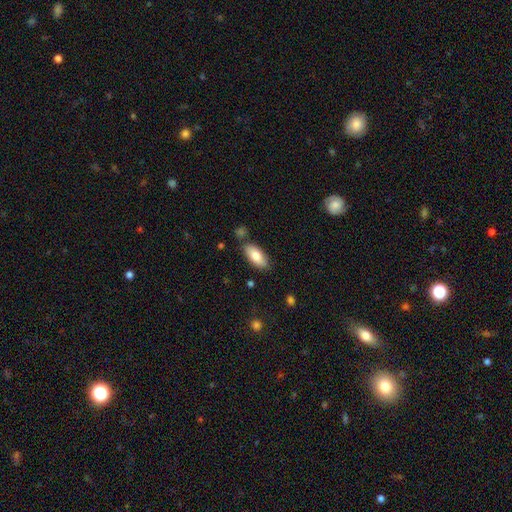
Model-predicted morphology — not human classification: A smooth galaxy with no disk features (80%) that is in between round and cigar-shaped (87%).

Vote fractions:
- Smooth or featured? smooth: 80% / featured or disk: 14% / star or artifact: 6%
- How rounded? in between: 87% / cigar-shaped: 11% / round: 2%
- Merging? none: 80% / minor disturbance: 13% / merger: 5% / major disturbance: 3%